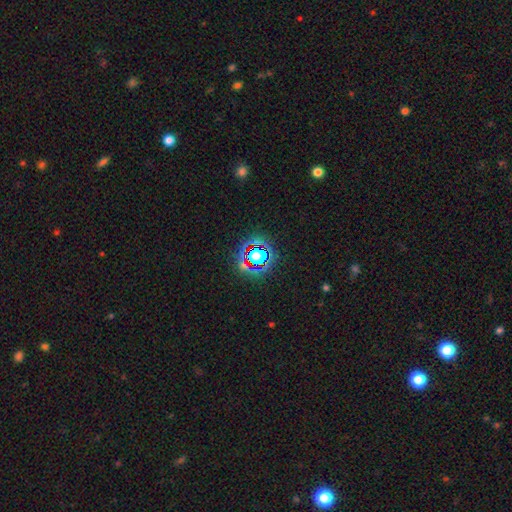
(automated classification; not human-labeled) Smooth or featured: star or artifact — 63% (smooth — 24%)